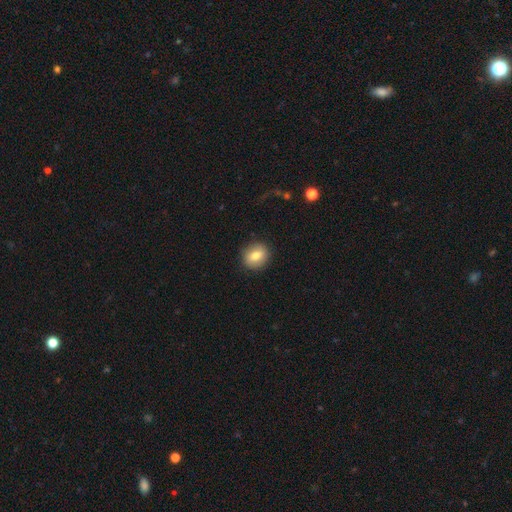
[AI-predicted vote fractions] Morphology: type=smooth (73%); roundness=round (79%); merging=none (89%).